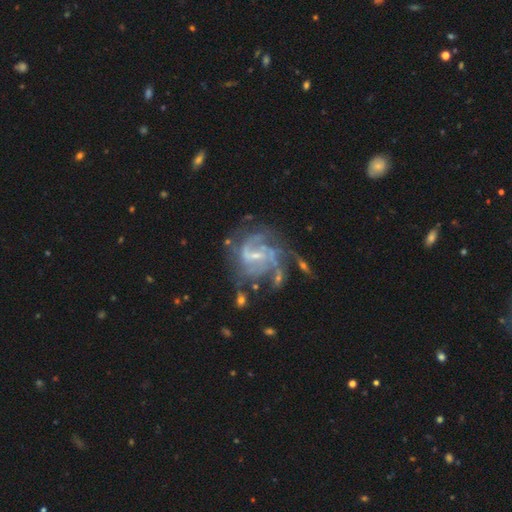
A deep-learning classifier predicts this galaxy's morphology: The model was most divided on "spiral arm count": 2: 26%, 3: 25%, can't tell: 25%, 4: 12%, 1: 6%, more than 4: 6%. Remaining: edge-on disk — no (98%); spiral arms — yes (93%); smooth or featured — featured or disk (87%); bulge size — small (65%); bar — weak (54%); merging — none (47%); spiral winding — medium (47%).